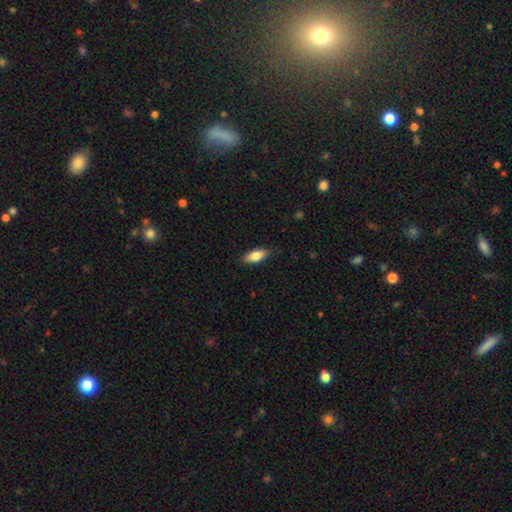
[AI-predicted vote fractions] Q: Smooth or featured?
A: smooth (79%); runner-up: featured or disk (15%)
Q: How rounded?
A: in between (82%); runner-up: cigar-shaped (15%)
Q: Merging?
A: none (80%); runner-up: minor disturbance (16%)